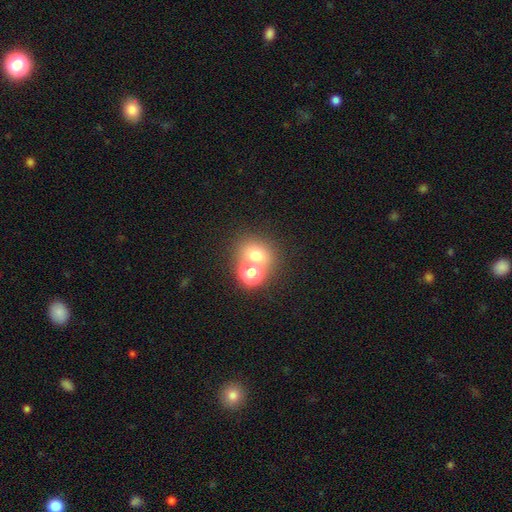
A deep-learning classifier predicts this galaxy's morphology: Smooth or featured? smooth (65%)
How rounded? round (67%)
Merging? none (53%)